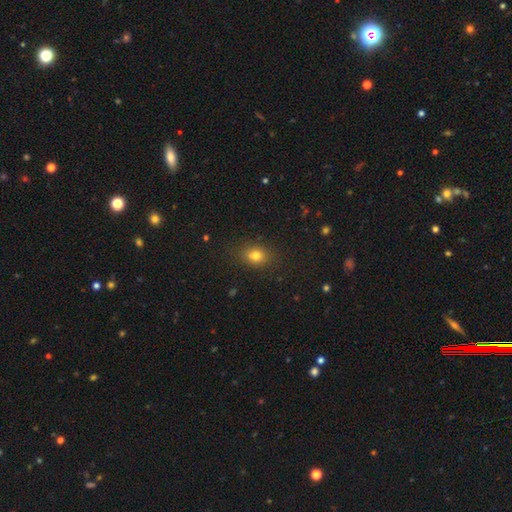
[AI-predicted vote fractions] Smooth or featured? smooth (77%)
How rounded? in between (56%)
Merging? none (83%)